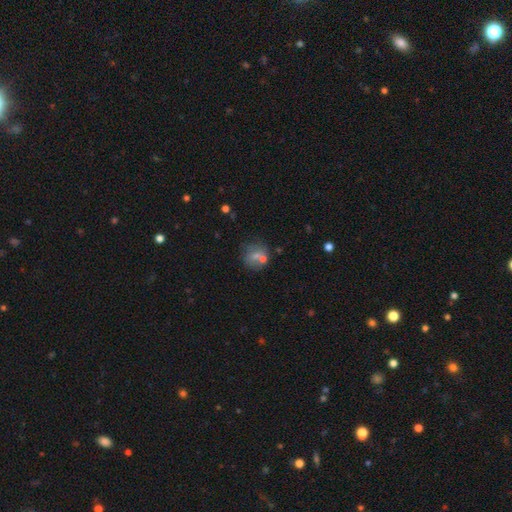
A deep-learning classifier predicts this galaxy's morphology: This appears to be a smooth galaxy with no disk features (56%) that is round (80%). Merging: none (62%).